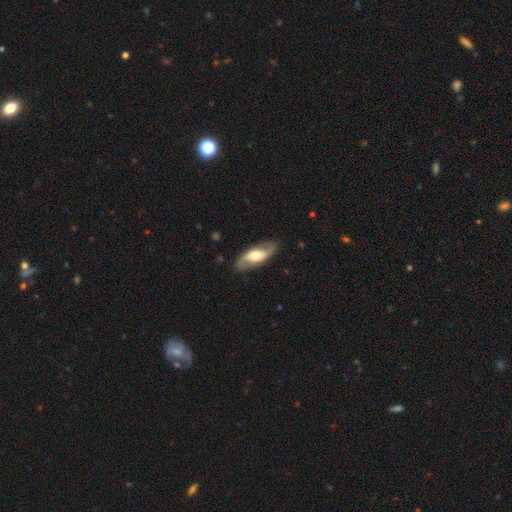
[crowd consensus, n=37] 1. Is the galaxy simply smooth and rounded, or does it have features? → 65% featured or disk, 32% smooth, 3% star or artifact.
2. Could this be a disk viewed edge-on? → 67% no, 33% yes.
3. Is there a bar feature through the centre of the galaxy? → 44% weak, 31% no, 25% strong.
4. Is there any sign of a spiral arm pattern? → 56% yes, 44% no.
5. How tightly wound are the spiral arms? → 56% medium, 33% loose, 11% tight.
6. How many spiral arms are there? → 100% 2, 0% 1, 0% 3, 0% 4, 0% more than 4, 0% can't tell.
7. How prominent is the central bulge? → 88% moderate, 6% dominant, 6% small, 0% large, 0% none.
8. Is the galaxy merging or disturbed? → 81% none, 11% minor disturbance, 8% major disturbance, 0% merger.